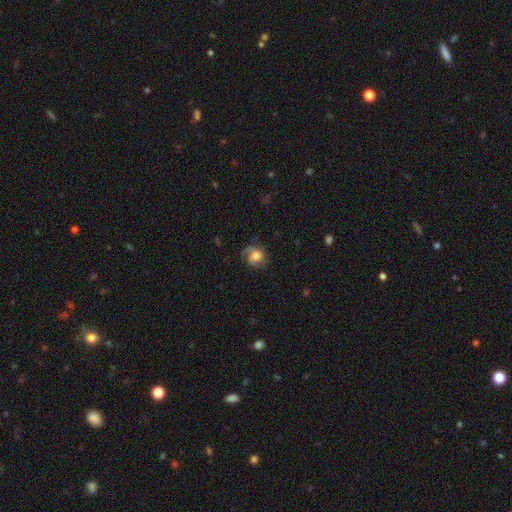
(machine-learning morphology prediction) Smooth or featured? Predicted: featured or disk (p=0.47). Merging? Predicted: none (p=0.58).